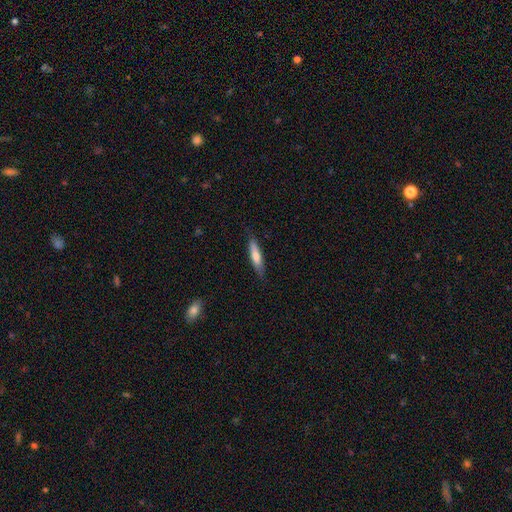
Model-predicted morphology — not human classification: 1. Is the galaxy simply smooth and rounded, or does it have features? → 67% smooth, 27% featured or disk, 6% star or artifact.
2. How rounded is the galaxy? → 80% cigar-shaped, 19% in between, 1% round.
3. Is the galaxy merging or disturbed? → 82% none, 14% minor disturbance, 3% major disturbance, 1% merger.